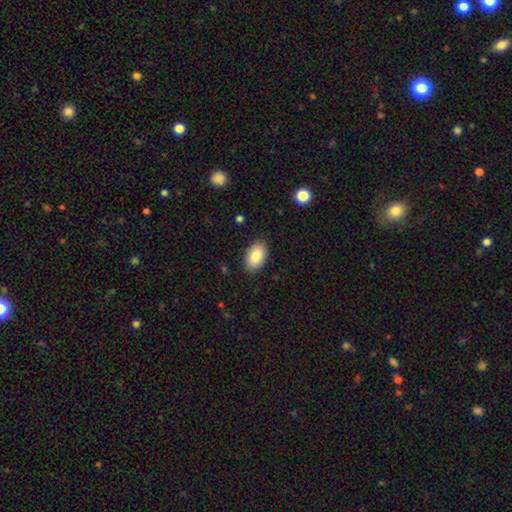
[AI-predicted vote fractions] smooth_or_featured: smooth (p=0.85) [alt: featured or disk p=0.09]
how_rounded: in between (p=0.93) [alt: round p=0.06]
merging: none (p=0.86) [alt: minor disturbance p=0.10]